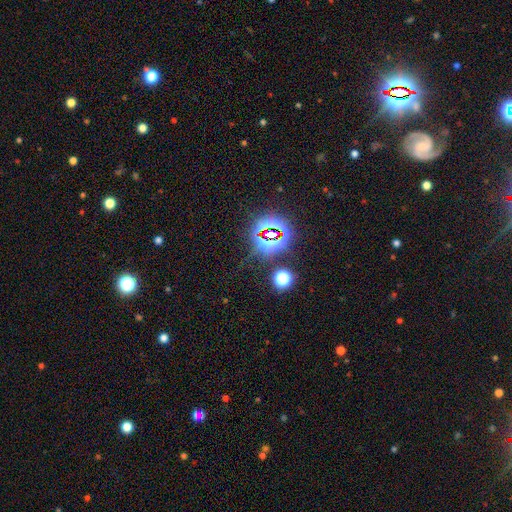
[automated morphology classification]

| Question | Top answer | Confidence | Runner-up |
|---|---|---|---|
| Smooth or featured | star or artifact | 80% | smooth (12%) |